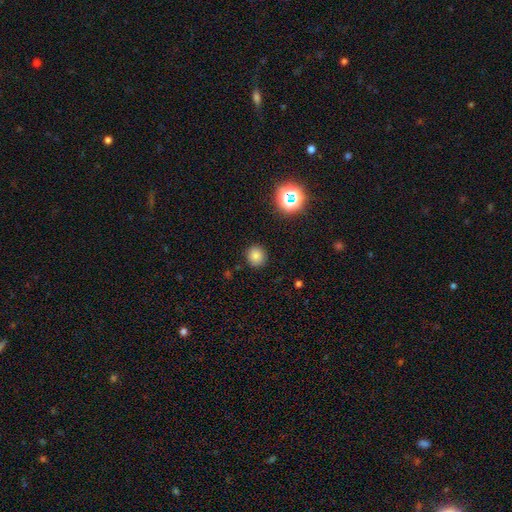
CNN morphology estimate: The model was most divided on "smooth or featured": smooth: 80%, star or artifact: 15%, featured or disk: 5%. More confident: merging — none (90%); how rounded — round (88%).